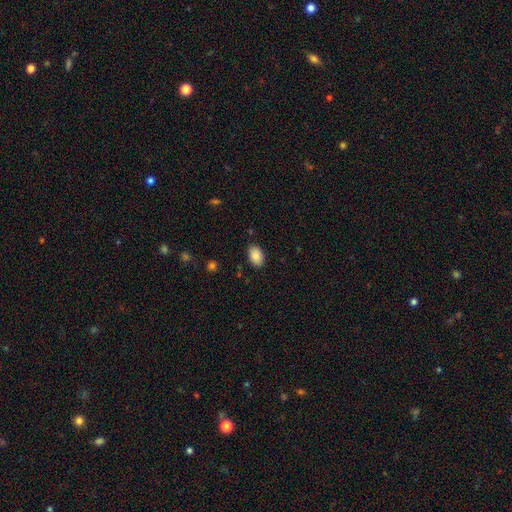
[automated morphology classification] Smooth or featured? Predicted: smooth (p=0.88). How rounded? Predicted: in between (p=0.89). Merging? Predicted: none (p=0.86).